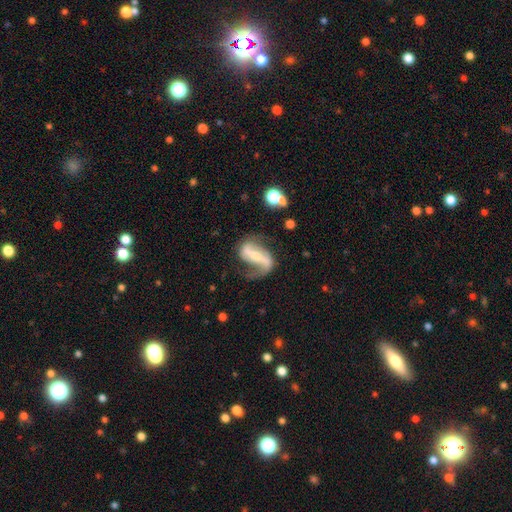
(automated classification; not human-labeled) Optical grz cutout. It shows a featured or disk galaxy (82%) with a strong bar (65%), 2 (79%) loose (55%) spiral arms (90%) and a small central bulge (52%). Merging: none (54%).